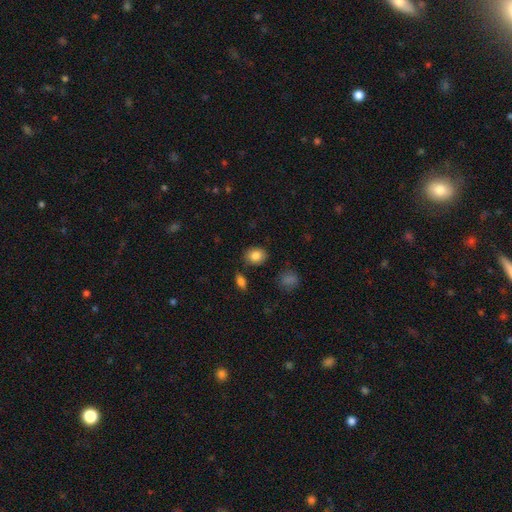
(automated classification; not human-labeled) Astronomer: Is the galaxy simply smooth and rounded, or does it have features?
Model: smooth — 84%.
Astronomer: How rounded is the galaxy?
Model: in between — 52% (runner-up: round, 47%).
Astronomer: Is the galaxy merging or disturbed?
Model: none — 82%.